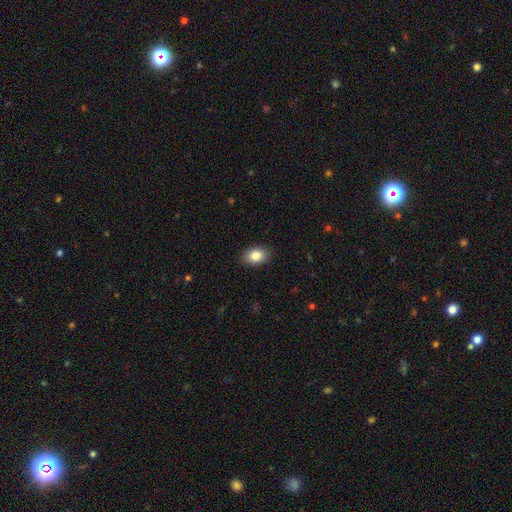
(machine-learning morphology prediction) Q: Smooth or featured?
A: smooth (85%); runner-up: star or artifact (8%)
Q: How rounded?
A: in between (82%); runner-up: round (17%)
Q: Merging?
A: none (89%); runner-up: minor disturbance (8%)